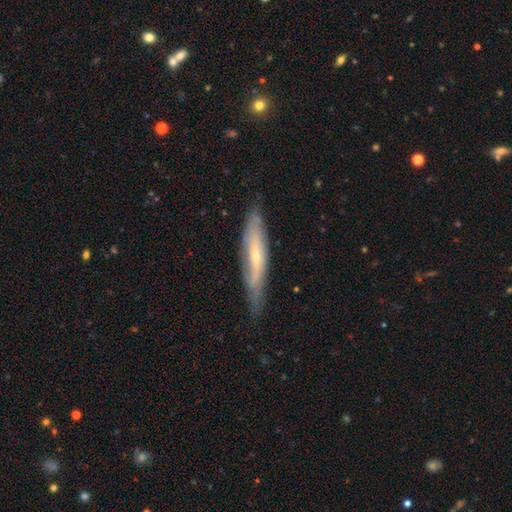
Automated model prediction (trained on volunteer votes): Smooth or featured? featured or disk (62%)
Edge-on disk? yes (65%)
Merging? none (72%)